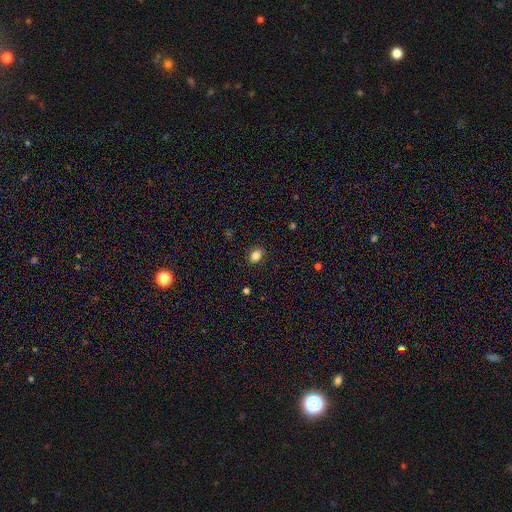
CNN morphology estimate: A smooth galaxy with no disk features (84%) that is in between round and cigar-shaped (68%). Merging: none (87%).